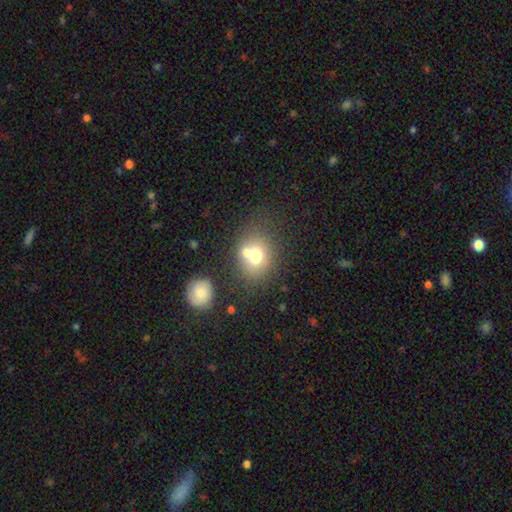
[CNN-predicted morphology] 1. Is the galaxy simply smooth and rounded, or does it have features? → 68% smooth, 20% featured or disk, 12% star or artifact.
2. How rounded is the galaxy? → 61% round, 38% in between, 1% cigar-shaped.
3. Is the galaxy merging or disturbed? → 46% none, 37% merger, 12% minor disturbance, 5% major disturbance.